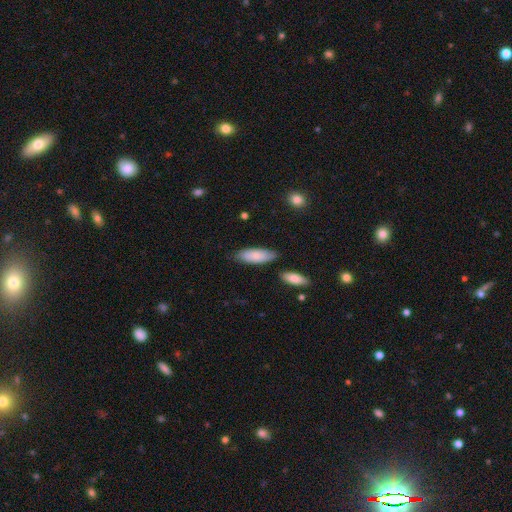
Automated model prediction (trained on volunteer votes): smooth-or-featured: smooth: 83% | featured or disk: 12% | star or artifact: 6%
  how-rounded: in between: 72% | cigar-shaped: 26% | round: 2%
  merging: none: 78% | minor disturbance: 15% | merger: 4% | major disturbance: 3%